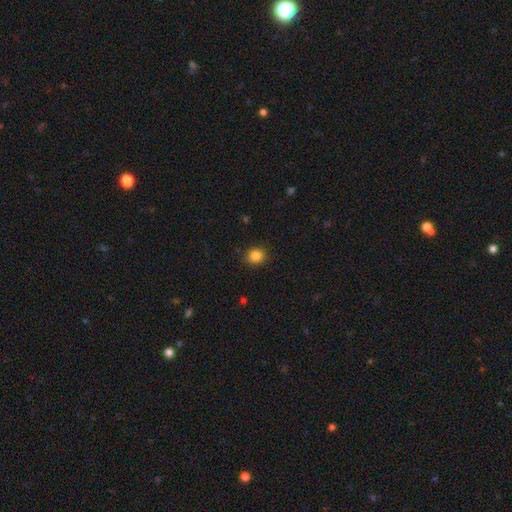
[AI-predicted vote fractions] A smooth galaxy with no disk features (85%) that is round (83%). Merging: none (89%).